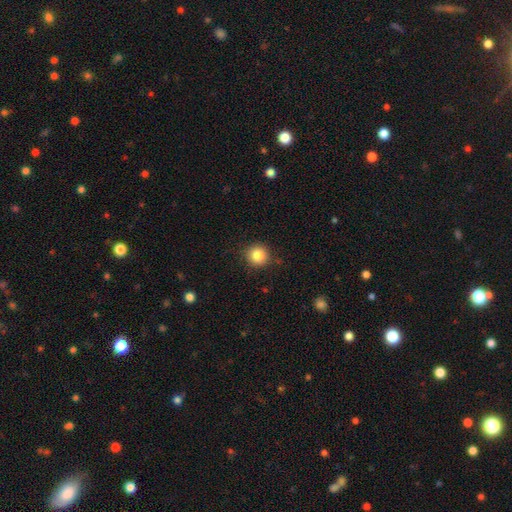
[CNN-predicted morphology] smooth_or_featured: smooth (p=0.85) [alt: star or artifact p=0.10]
how_rounded: round (p=0.93) [alt: in between p=0.06]
merging: none (p=0.88) [alt: minor disturbance p=0.08]